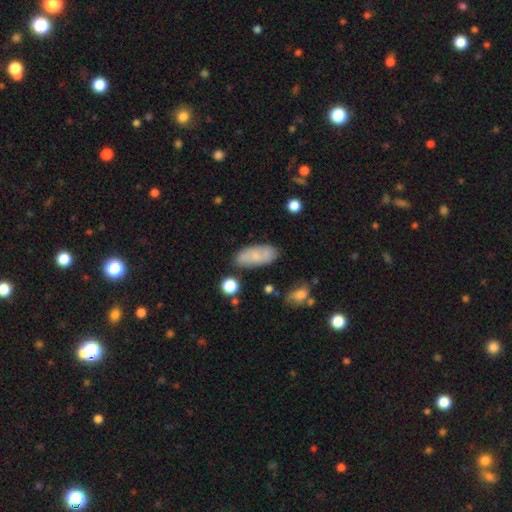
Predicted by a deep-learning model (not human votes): smooth-or-featured: smooth: 64% | featured or disk: 28% | star or artifact: 8%
  how-rounded: in between: 86% | cigar-shaped: 10% | round: 3%
  merging: none: 78% | minor disturbance: 15% | major disturbance: 3% | merger: 3%